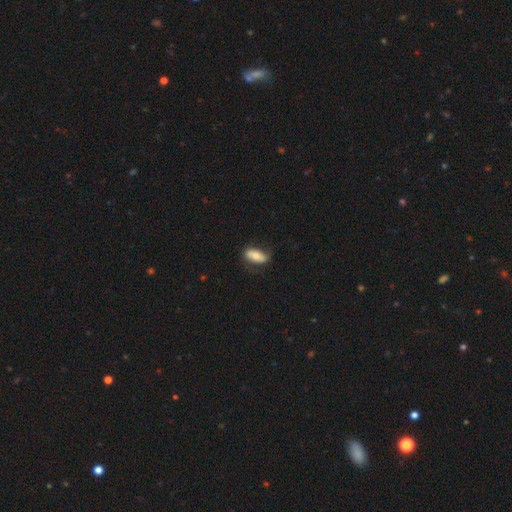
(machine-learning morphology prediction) Overall: smooth (61%; featured or disk 33%). How rounded: in between (85%). Merging: none (70%).